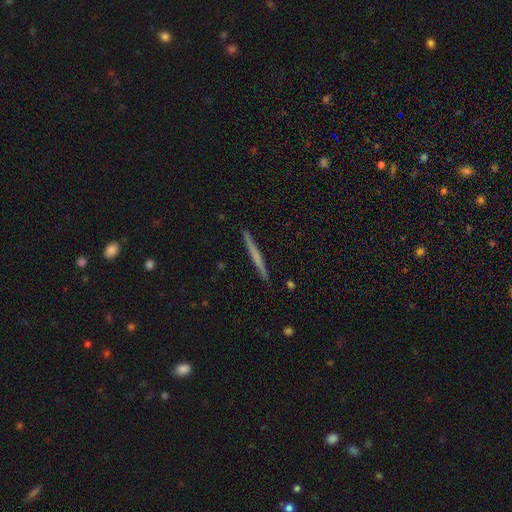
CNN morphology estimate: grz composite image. It shows a smooth galaxy with no disk features (48%). Merging: none (92%).